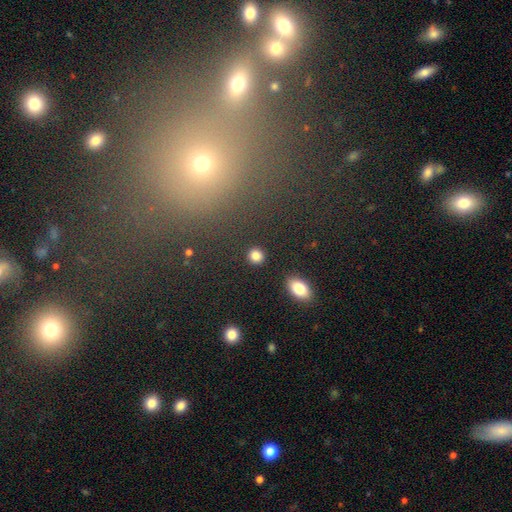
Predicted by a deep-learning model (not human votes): Overall: smooth (85%). How rounded: round (86%). Merging: none (90%).